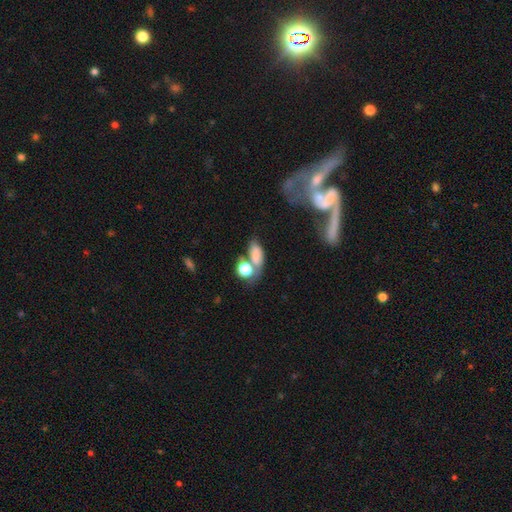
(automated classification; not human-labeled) Smooth or featured?
  - smooth: 75% *
  - featured or disk: 13%
  - star or artifact: 12%
How rounded?
  - in between: 78% *
  - round: 16%
  - cigar-shaped: 6%
Merging?
  - none: 40% *
  - merger: 35%
  - minor disturbance: 16%
  - major disturbance: 10%